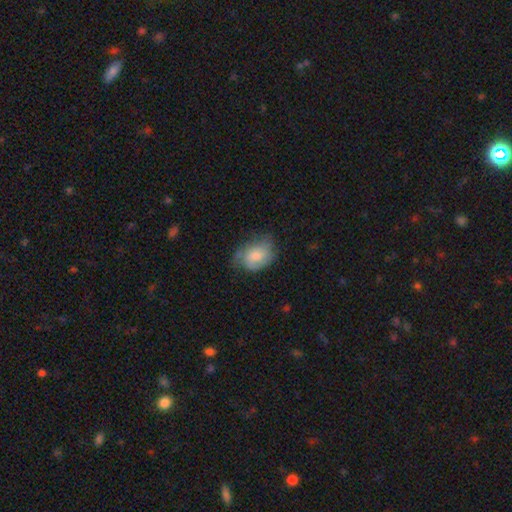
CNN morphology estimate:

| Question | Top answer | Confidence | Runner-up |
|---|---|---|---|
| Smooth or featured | smooth | 65% | featured or disk (28%) |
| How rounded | in between | 76% | round (22%) |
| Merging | none | 49% | minor disturbance (35%) |